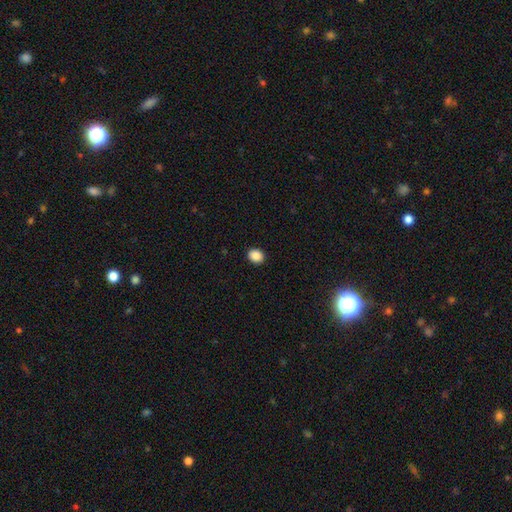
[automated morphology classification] A smooth galaxy with no disk features (89%) that is round (63%). Merging: none (92%).